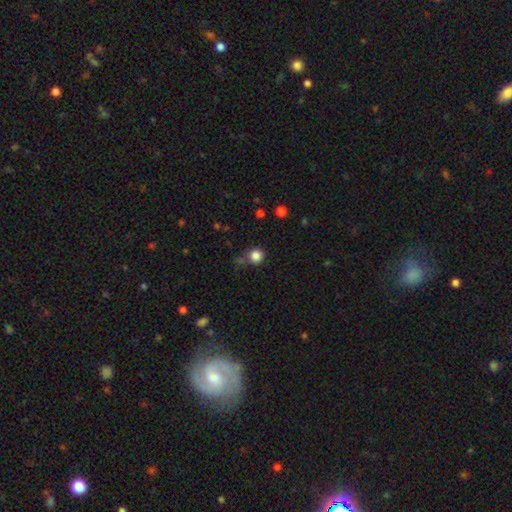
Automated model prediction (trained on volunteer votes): This appears to be a smooth galaxy with no disk features (84%) that is round (92%). Merging: none (74%).